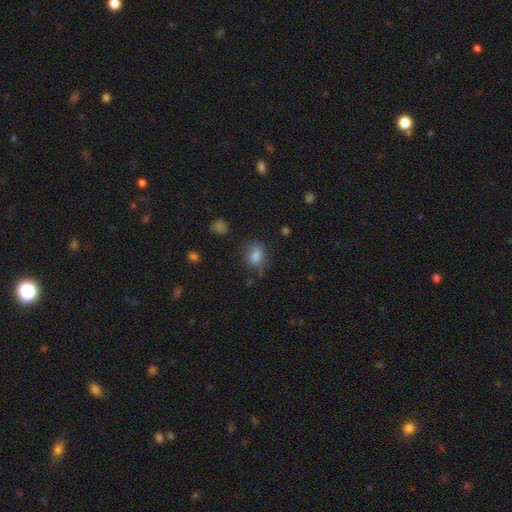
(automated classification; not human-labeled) Q: Smooth or featured?
A: smooth (76%); runner-up: star or artifact (12%)
Q: How rounded?
A: in between (54%); runner-up: round (45%)
Q: Merging?
A: none (63%); runner-up: minor disturbance (25%)